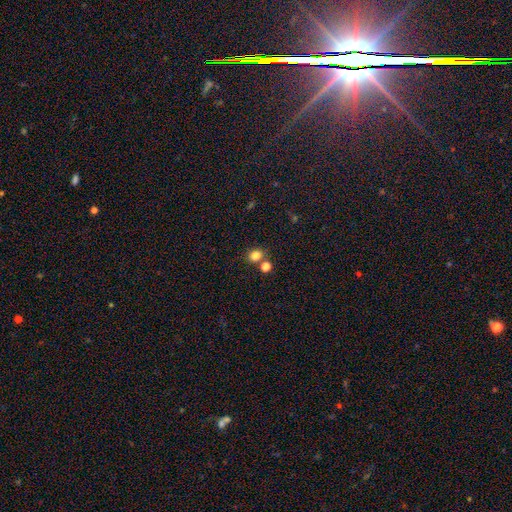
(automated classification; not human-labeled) Smooth or featured?
  - smooth: 80% *
  - star or artifact: 14%
  - featured or disk: 6%
How rounded?
  - round: 68% *
  - in between: 31%
  - cigar-shaped: 1%
Merging?
  - none: 69% *
  - merger: 18%
  - minor disturbance: 10%
  - major disturbance: 3%